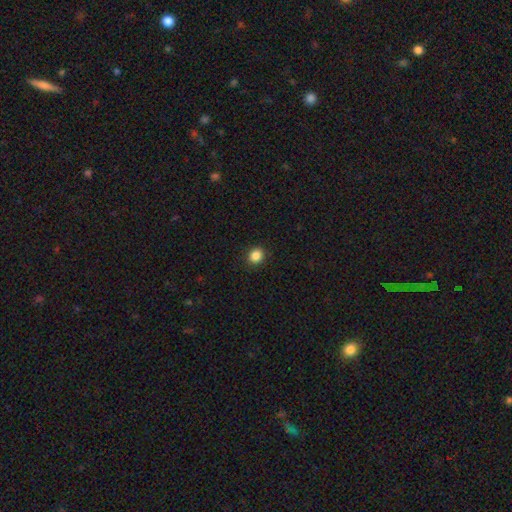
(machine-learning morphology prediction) This appears to be a smooth galaxy with no disk features (86%) that is round (79%). Merging: none (92%).